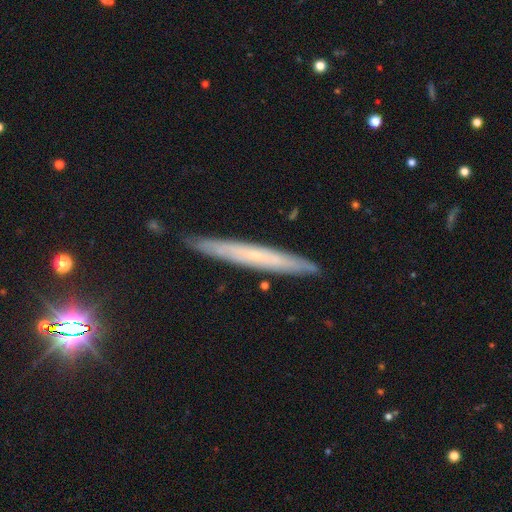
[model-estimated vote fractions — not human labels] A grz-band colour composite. It shows a featured or disk galaxy (56%) viewed edge-on (88%). Merging: none (88%).